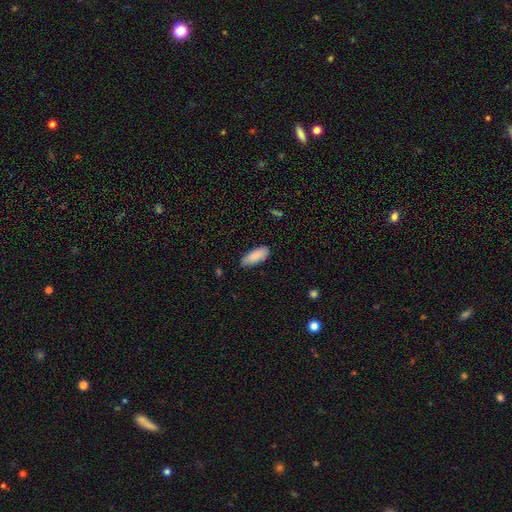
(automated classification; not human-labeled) smooth_or_featured: smooth (p=0.88) [alt: featured or disk p=0.06]
how_rounded: in between (p=0.80) [alt: cigar-shaped p=0.18]
merging: none (p=0.85) [alt: minor disturbance p=0.12]